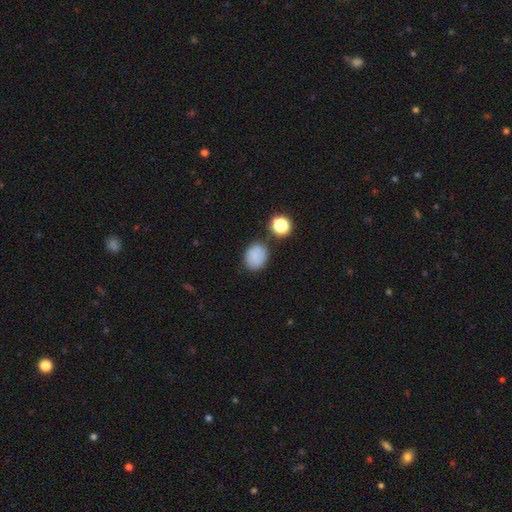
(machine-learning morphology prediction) This is clearly a smooth galaxy (82%). How rounded: possibly round (56%). Merging: likely none (76%).